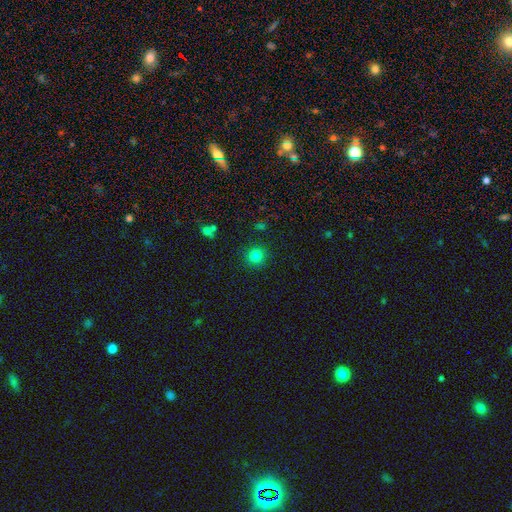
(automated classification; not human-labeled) Smooth or featured? Predicted: smooth (p=0.82). How rounded? Predicted: round (p=0.93). Merging? Predicted: none (p=0.89).